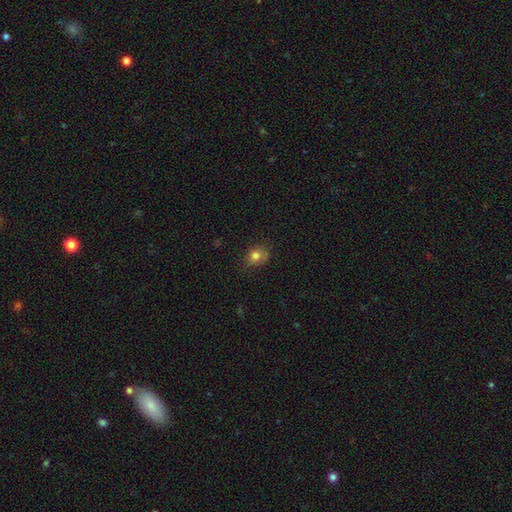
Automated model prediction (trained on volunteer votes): Overall: smooth (80%). How rounded: round (57%; in between 42%). Merging: none (71%).